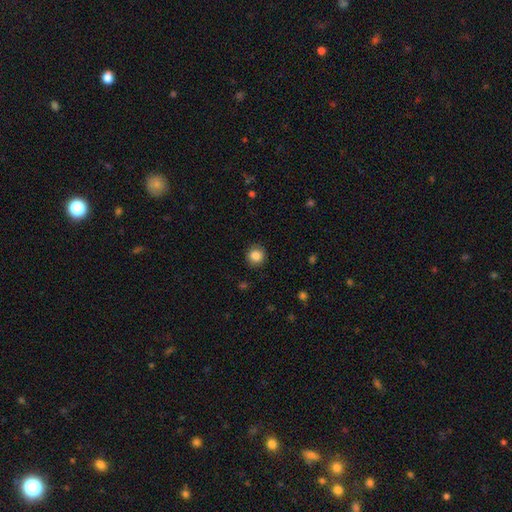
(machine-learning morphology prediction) smooth_or_featured: smooth (p=0.85) [alt: star or artifact p=0.10]
how_rounded: round (p=0.92) [alt: in between p=0.07]
merging: none (p=0.90) [alt: minor disturbance p=0.06]